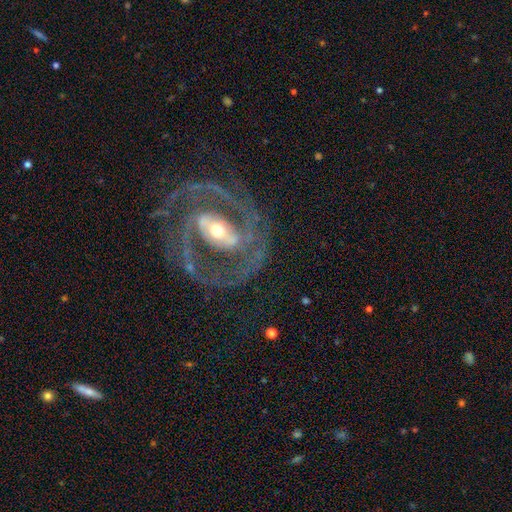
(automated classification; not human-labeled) Smooth or featured: featured or disk — 90% (star or artifact — 6%)
Edge-on disk: no — 96% (yes — 4%)
Bar: strong — 62% (weak — 26%)
Spiral arms: yes — 95% (no — 5%)
Spiral winding: tight — 48% (medium — 43%)
Spiral arm count: 2 — 82% (3 — 6%)
Bulge size: moderate — 48% (small — 46%)
Merging: none — 75% (minor disturbance — 13%)